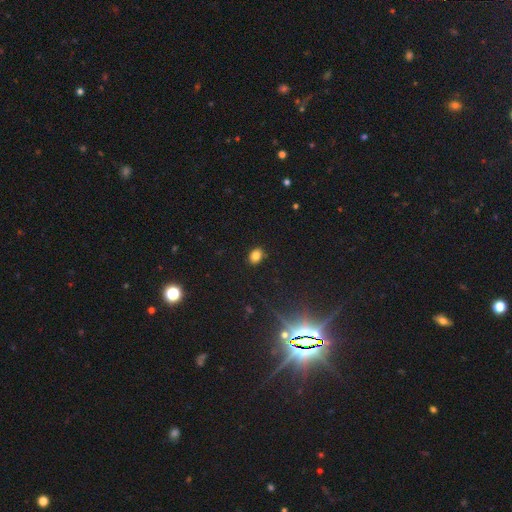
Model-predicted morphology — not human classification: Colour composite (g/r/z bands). It shows a smooth galaxy with no disk features (81%) that is in between round and cigar-shaped (71%). Merging: none (89%).